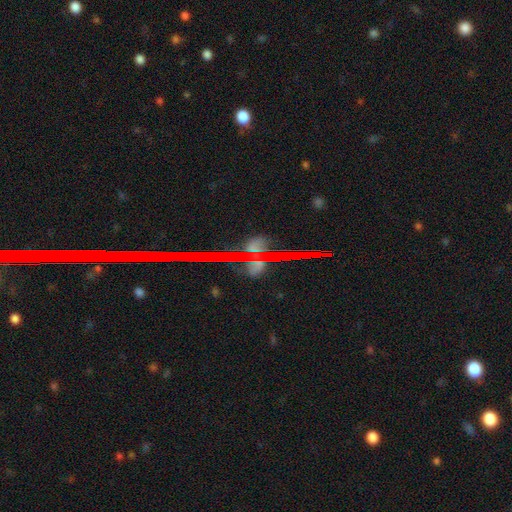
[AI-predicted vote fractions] smooth_or_featured: star or artifact (p=0.60) [alt: featured or disk p=0.21]